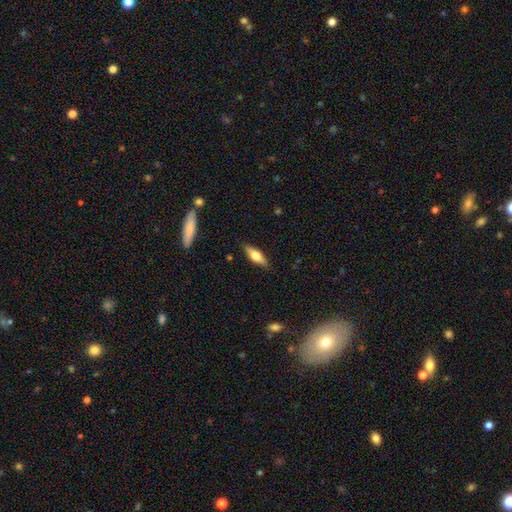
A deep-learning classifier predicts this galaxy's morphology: Smooth or featured: smooth — 54% (featured or disk — 39%)
How rounded: in between — 53% (cigar-shaped — 44%)
Merging: none — 87% (minor disturbance — 10%)